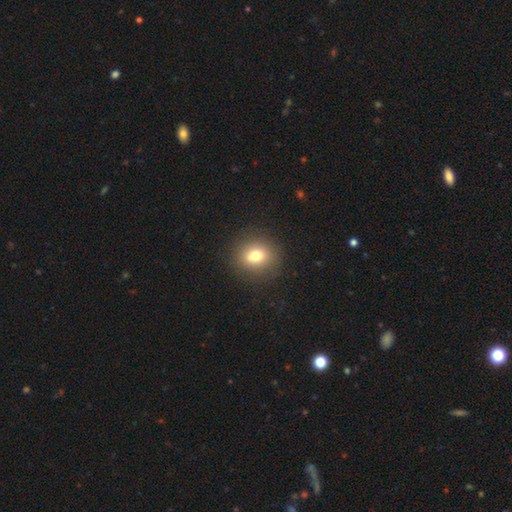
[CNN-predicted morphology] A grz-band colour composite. It shows a smooth galaxy with no disk features (73%) that is round (75%). Merging: none (87%).